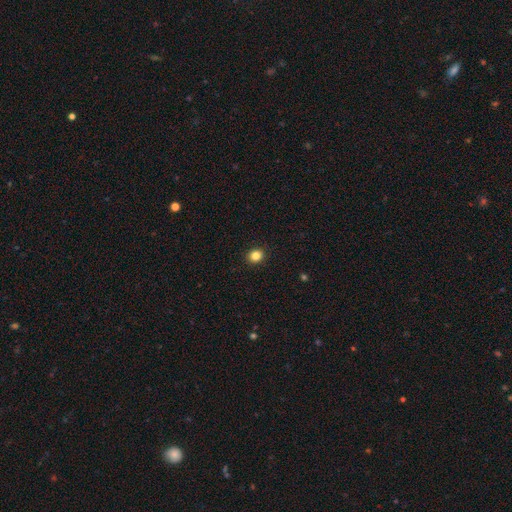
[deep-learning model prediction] Q: Smooth or featured?
A: smooth (84%); runner-up: star or artifact (12%)
Q: How rounded?
A: round (79%); runner-up: in between (20%)
Q: Merging?
A: none (92%); runner-up: minor disturbance (5%)